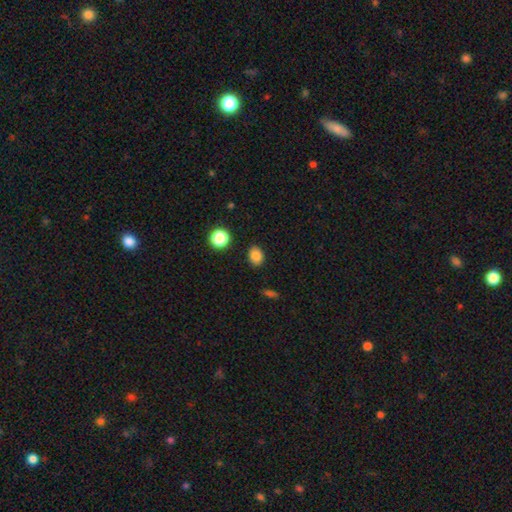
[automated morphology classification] smooth-or-featured: smooth: 84% | star or artifact: 12% | featured or disk: 5%
  how-rounded: in between: 55% | round: 44% | cigar-shaped: 1%
  merging: none: 87% | minor disturbance: 8% | major disturbance: 2% | merger: 2%